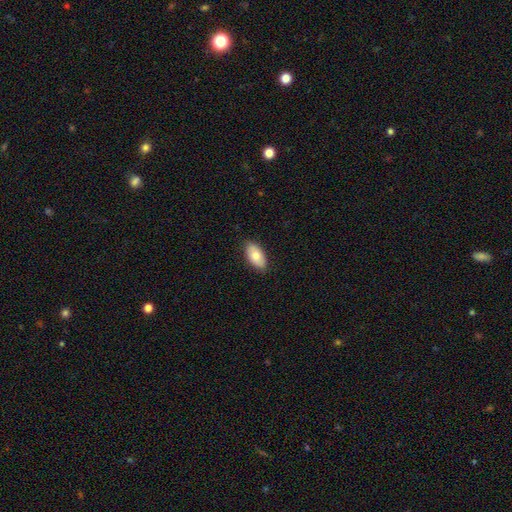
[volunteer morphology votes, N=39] Smooth or featured: smooth — 79% (featured or disk — 15%)
How rounded: in between — 100%
Merging: none — 92% (minor disturbance — 8%)